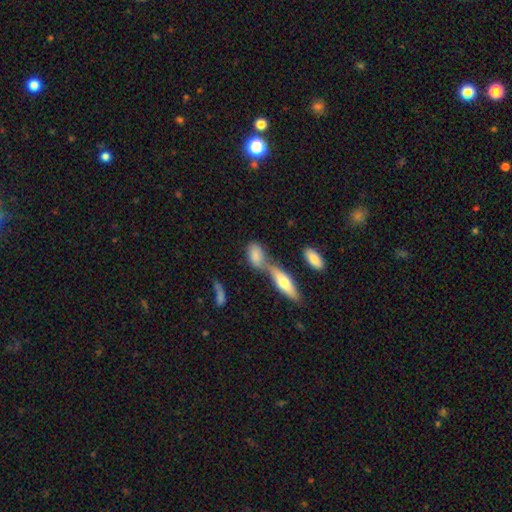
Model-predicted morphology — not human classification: smooth 77%, featured or disk 16%, star or artifact 8%. Down the decision tree: how rounded — in between (80%); merging — merger (46%).